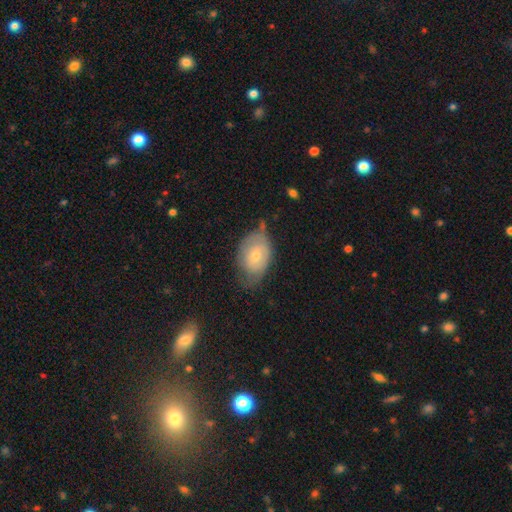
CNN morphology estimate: Q: Smooth or featured?
A: smooth (52%); runner-up: featured or disk (40%)
Q: How rounded?
A: in between (83%); runner-up: round (15%)
Q: Merging?
A: none (48%); runner-up: minor disturbance (37%)